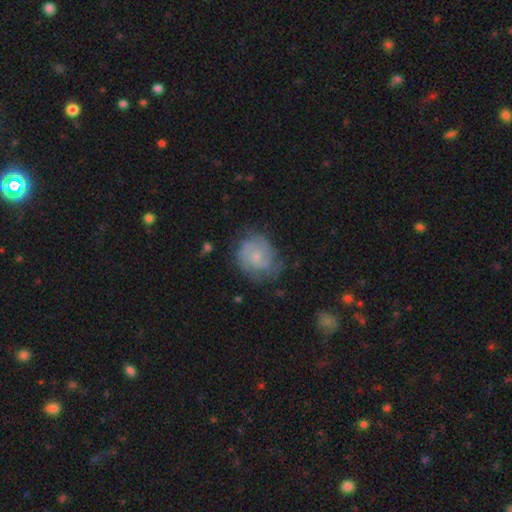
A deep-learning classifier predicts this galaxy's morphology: This is possibly a featured or disk galaxy (58%). It is clearly not viewed edge-on (98%). Bar: likely no (71%). Spiral arm pattern: clearly yes (83%). Central bulge: likely small (65%). Merging: likely none (62%).